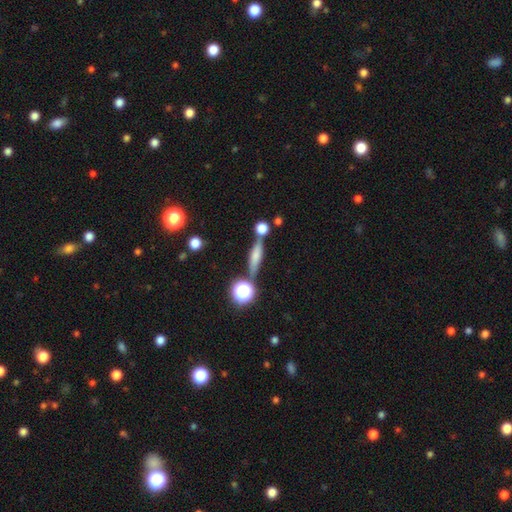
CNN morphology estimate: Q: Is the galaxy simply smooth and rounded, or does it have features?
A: smooth — 55%.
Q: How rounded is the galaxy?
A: cigar-shaped — 66%.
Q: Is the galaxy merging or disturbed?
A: none — 68%.